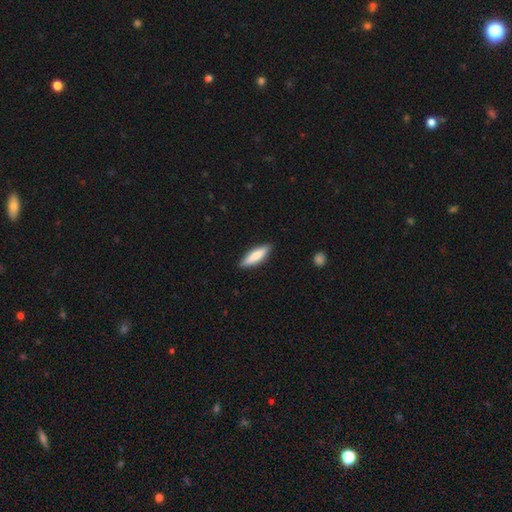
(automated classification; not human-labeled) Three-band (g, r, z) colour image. It shows a smooth galaxy with no disk features (75%) that is cigar-shaped (63%). Merging: none (88%).